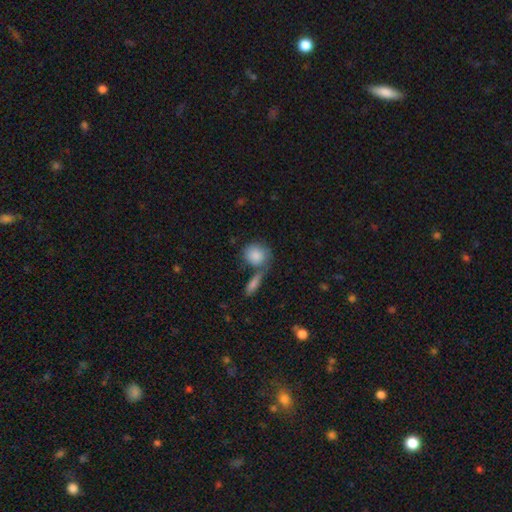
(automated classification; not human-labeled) This appears to be a smooth galaxy with no disk features (86%) that is round (69%). Merging: none (46%).